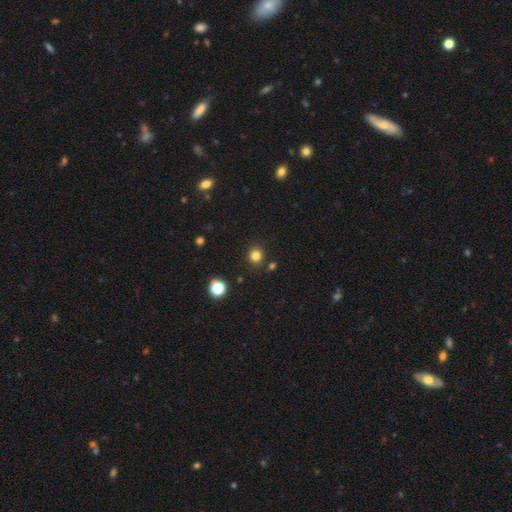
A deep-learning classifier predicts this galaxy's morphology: This appears to be a smooth galaxy with no disk features (81%) that is round (86%). Merging: none (87%).